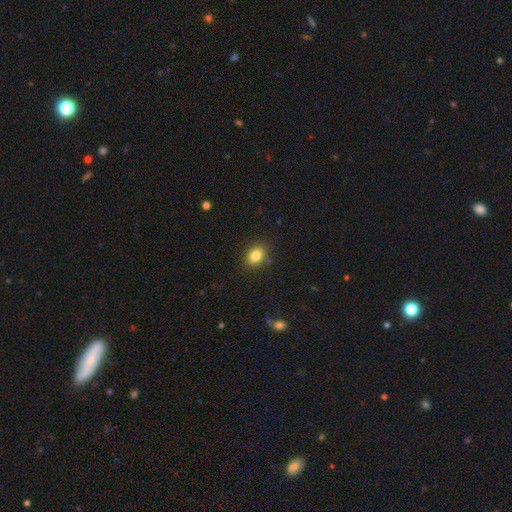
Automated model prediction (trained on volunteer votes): This is clearly a smooth galaxy (83%). How rounded: likely in between (64%). Merging: clearly none (86%).